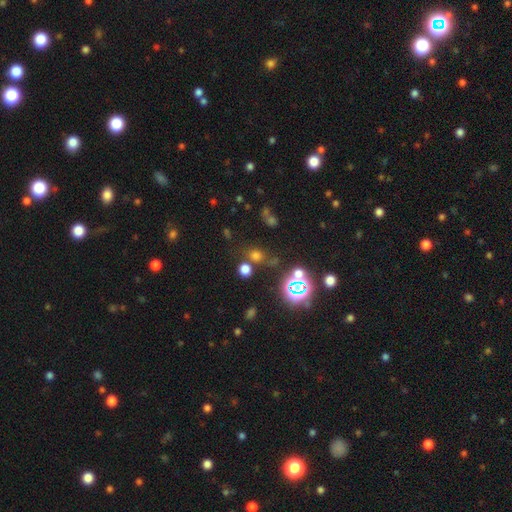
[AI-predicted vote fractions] smooth 53%, star or artifact 39%, featured or disk 8%. Down the decision tree: how rounded — round (77%); merging — none (73%).